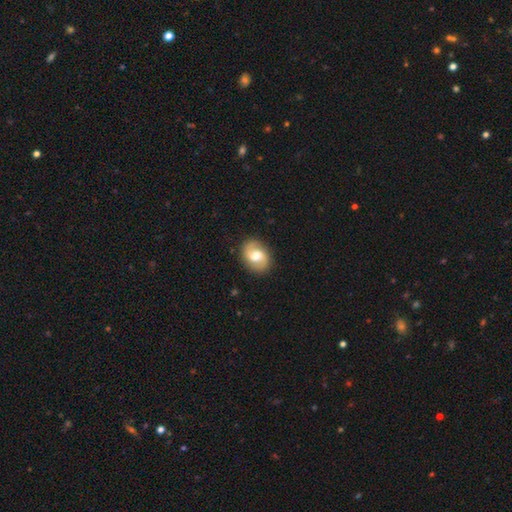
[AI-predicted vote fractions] Overall: featured or disk (57%; smooth 36%). Edge-on disk: no (97%). Bar: weak (45%; no 42%). Spiral arms: yes (82%). Bulge size: moderate (68%). Merging: none (85%).